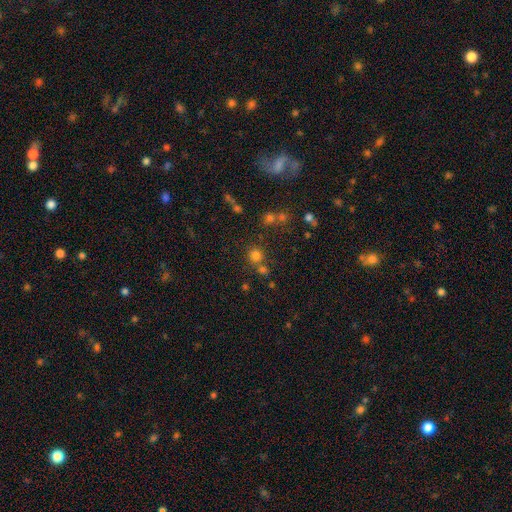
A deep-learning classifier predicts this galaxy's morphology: This is likely a smooth galaxy (73%). How rounded: clearly round (89%). Merging: likely none (67%).